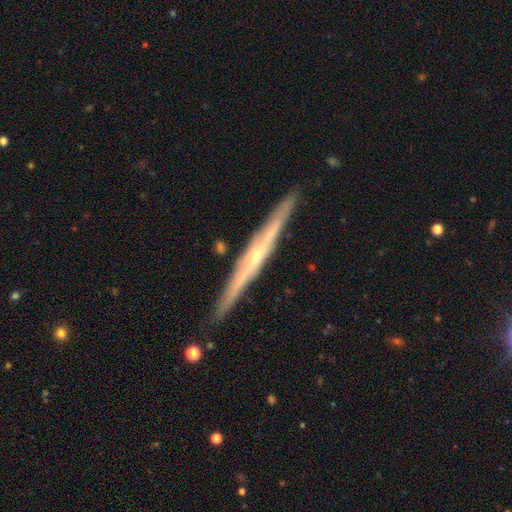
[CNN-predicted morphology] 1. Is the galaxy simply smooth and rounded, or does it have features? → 80% featured or disk, 15% smooth, 5% star or artifact.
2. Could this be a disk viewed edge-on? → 97% yes, 3% no.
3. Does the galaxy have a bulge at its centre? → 69% rounded, 25% none, 6% boxy.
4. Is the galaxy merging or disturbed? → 89% none, 8% minor disturbance, 2% merger, 1% major disturbance.